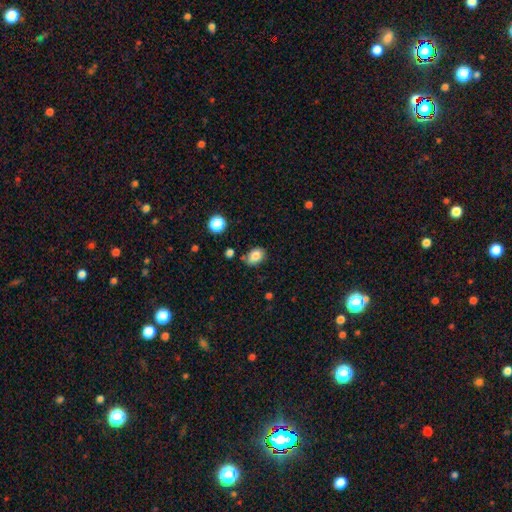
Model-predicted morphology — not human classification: A smooth galaxy with no disk features (82%) that is in between round and cigar-shaped (69%). Merging: none (73%).